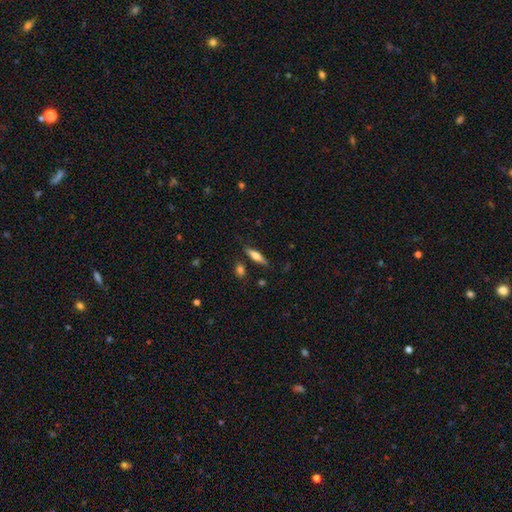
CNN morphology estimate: Smooth or featured? smooth (57%)
How rounded? cigar-shaped (63%)
Merging? none (80%)